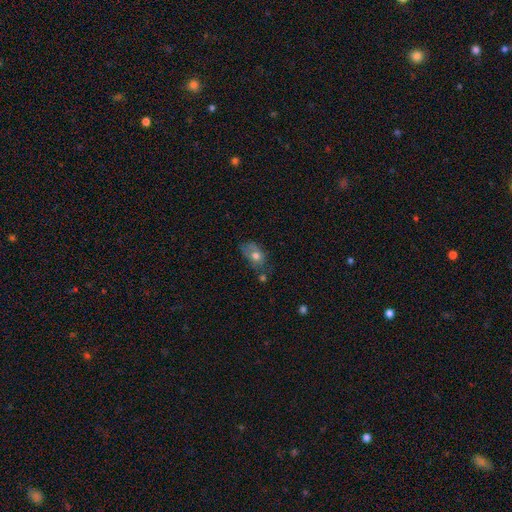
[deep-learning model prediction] smooth 68%, featured or disk 22%, star or artifact 9%. Down the decision tree: how rounded — in between (80%); merging — none (39%).